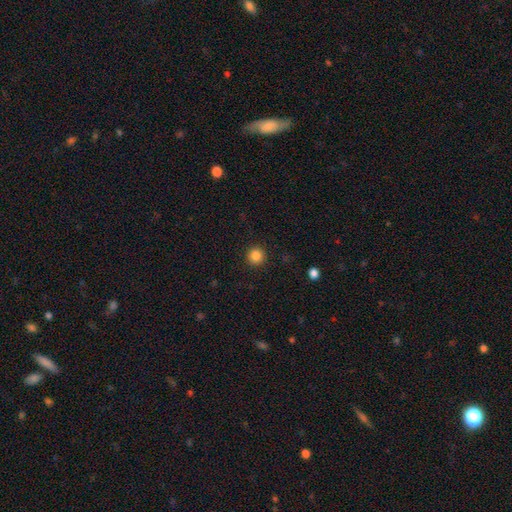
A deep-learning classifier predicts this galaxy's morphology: Q: Smooth or featured?
A: smooth (85%); runner-up: star or artifact (11%)
Q: How rounded?
A: round (95%); runner-up: in between (4%)
Q: Merging?
A: none (92%); runner-up: minor disturbance (5%)